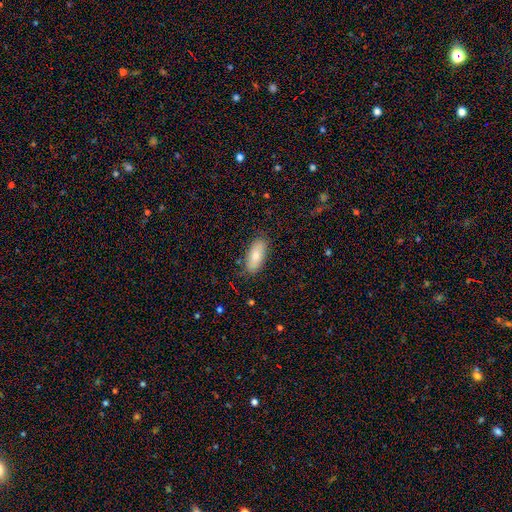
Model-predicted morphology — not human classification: smooth-or-featured: smooth: 76% | featured or disk: 18% | star or artifact: 7%
  how-rounded: in between: 85% | cigar-shaped: 13% | round: 2%
  merging: none: 82% | minor disturbance: 13% | major disturbance: 3% | merger: 1%